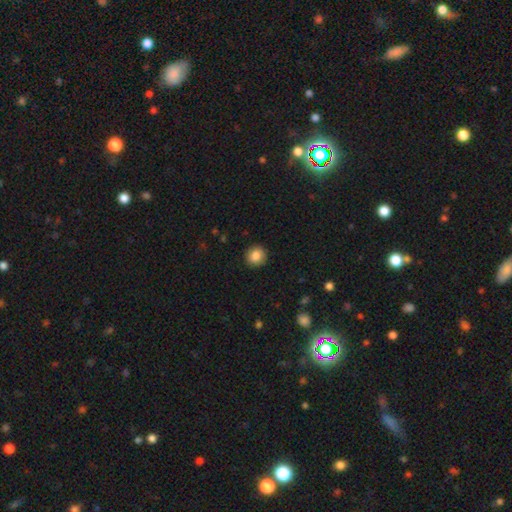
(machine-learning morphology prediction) Smooth or featured? smooth (86%)
How rounded? round (90%)
Merging? none (91%)